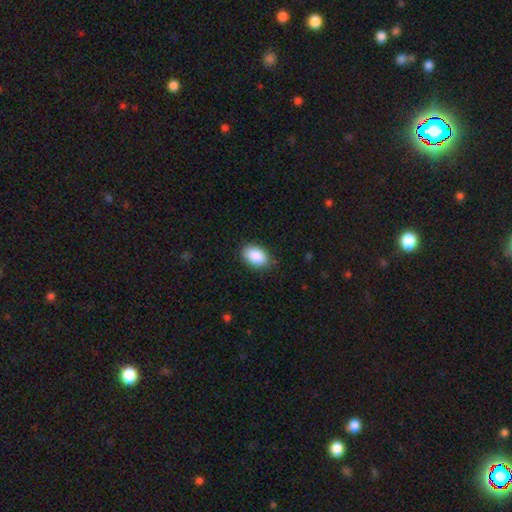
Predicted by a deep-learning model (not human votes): Overall: smooth (88%). How rounded: in between (89%). Merging: none (86%).